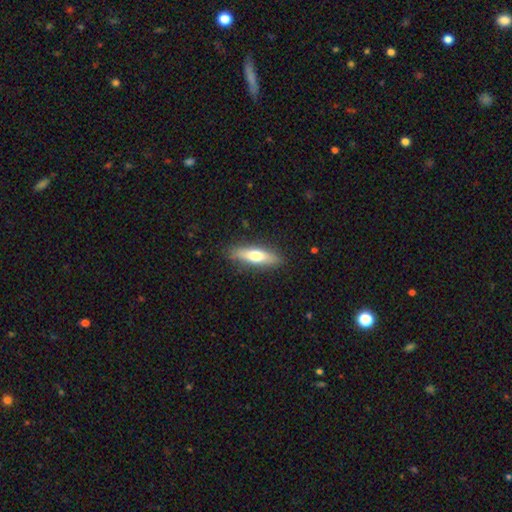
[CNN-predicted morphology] This appears to be a smooth galaxy with no disk features (63%) that is cigar-shaped (65%). Merging: none (86%).